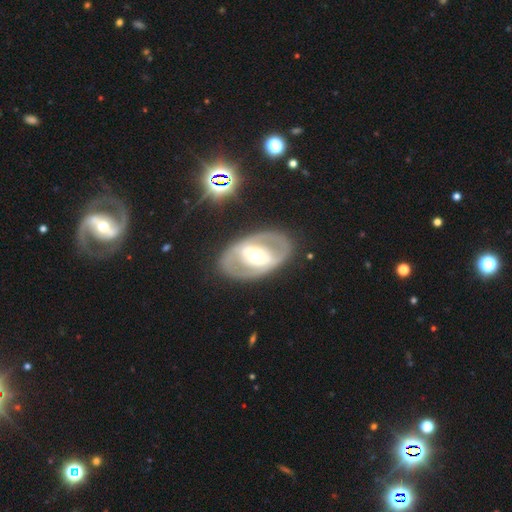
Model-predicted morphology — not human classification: featured or disk 73%, smooth 21%, star or artifact 6%. Down the decision tree: edge-on disk — no (92%); bar — strong (42%); spiral arms — no (61%); bulge size — moderate (66%); merging — none (81%).